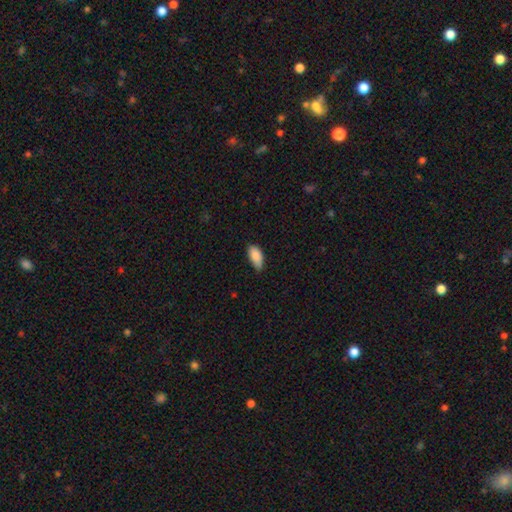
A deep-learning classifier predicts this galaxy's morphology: Smooth or featured? Predicted: smooth (p=0.87). How rounded? Predicted: in between (p=0.92). Merging? Predicted: none (p=0.56).